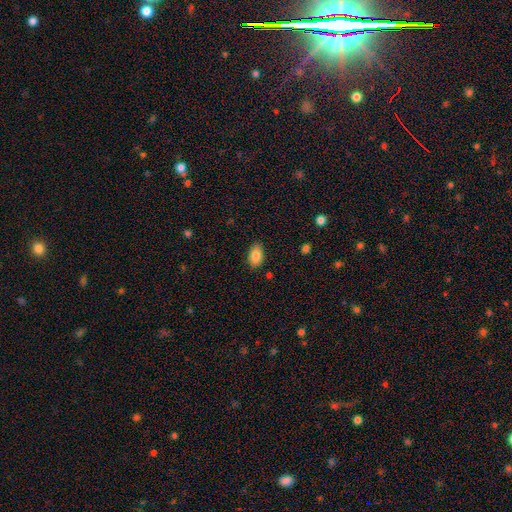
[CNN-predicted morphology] Smooth or featured? smooth (85%)
How rounded? in between (90%)
Merging? none (85%)